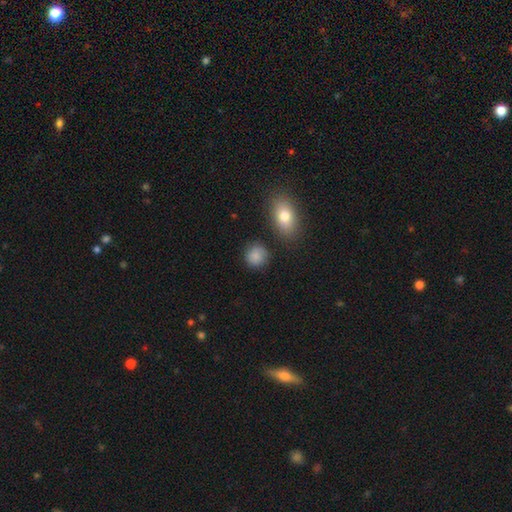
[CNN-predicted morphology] Smooth or featured? Predicted: smooth (p=0.85). How rounded? Predicted: round (p=0.83). Merging? Predicted: none (p=0.81).